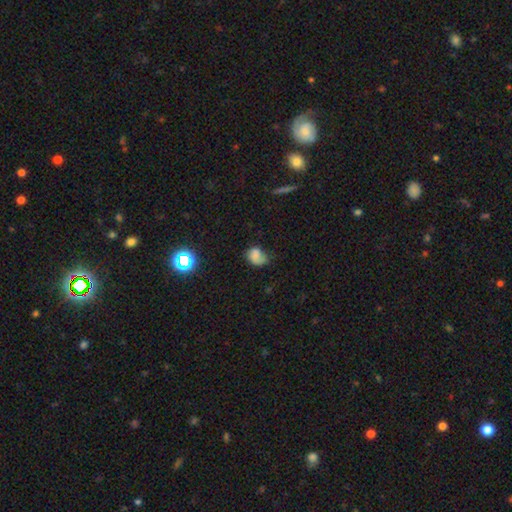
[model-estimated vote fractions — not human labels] Smooth or featured? smooth (65%)
How rounded? in between (52%)
Merging? none (45%)